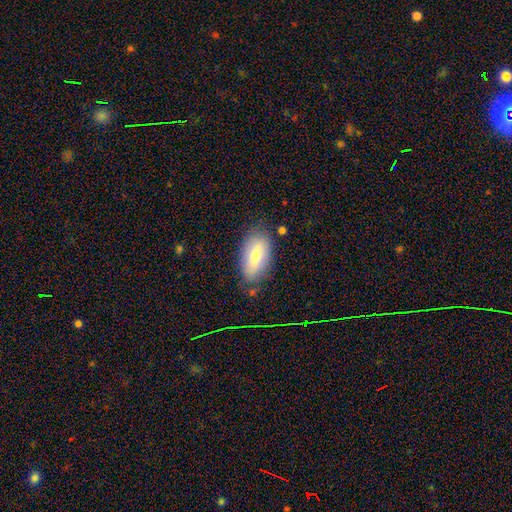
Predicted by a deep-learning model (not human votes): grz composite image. It shows a smooth galaxy with no disk features (75%) that is in between round and cigar-shaped (89%). Merging: none (77%).